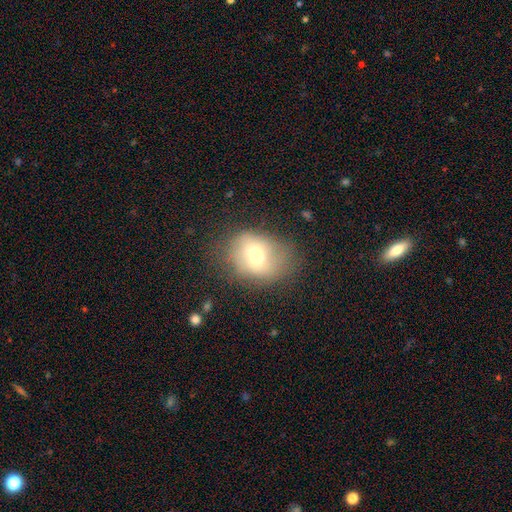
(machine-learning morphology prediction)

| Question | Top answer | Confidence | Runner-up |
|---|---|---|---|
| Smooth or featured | smooth | 62% | featured or disk (28%) |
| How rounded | in between | 58% | round (41%) |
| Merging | none | 60% | minor disturbance (25%) |